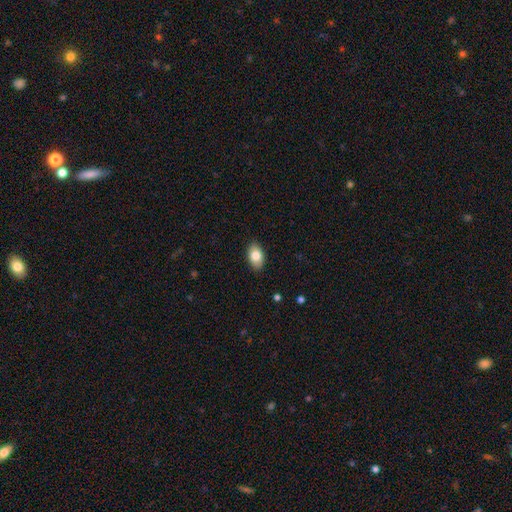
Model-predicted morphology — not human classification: type=smooth (83%); roundness=in between (91%); merging=none (88%).